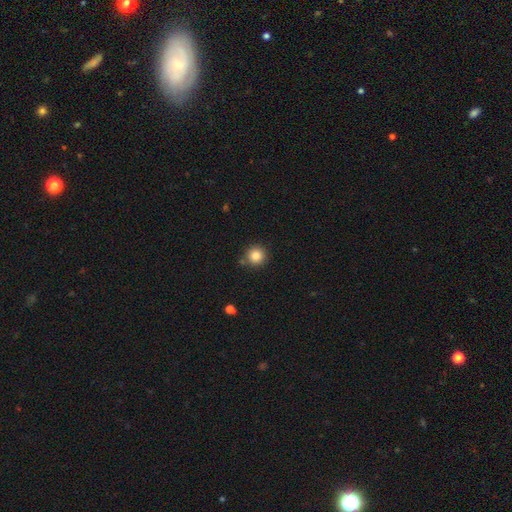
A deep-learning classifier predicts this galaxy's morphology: This appears to be a smooth galaxy with no disk features (83%) that is round (94%). Merging: none (83%).